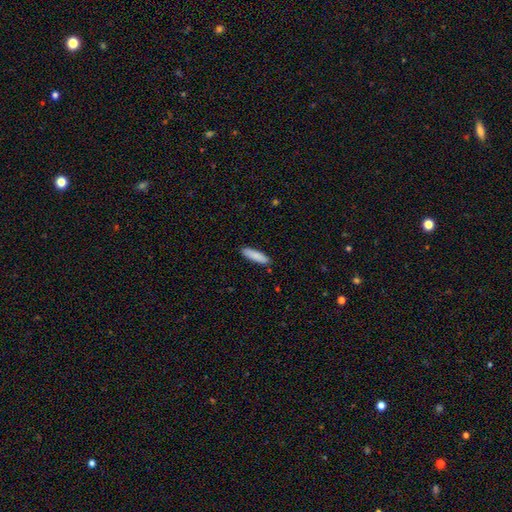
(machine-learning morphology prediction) type=smooth (87%); roundness=cigar-shaped (73%); merging=none (89%).